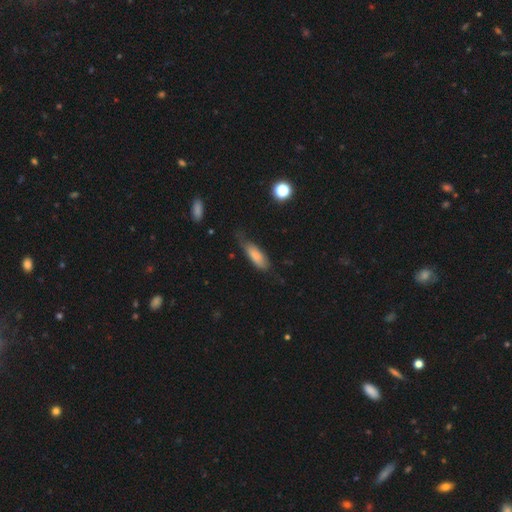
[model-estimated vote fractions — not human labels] Smooth or featured?
  - smooth: 81% *
  - featured or disk: 12%
  - star or artifact: 7%
How rounded?
  - in between: 62% *
  - cigar-shaped: 36%
  - round: 2%
Merging?
  - none: 48% *
  - minor disturbance: 37%
  - major disturbance: 13%
  - merger: 2%